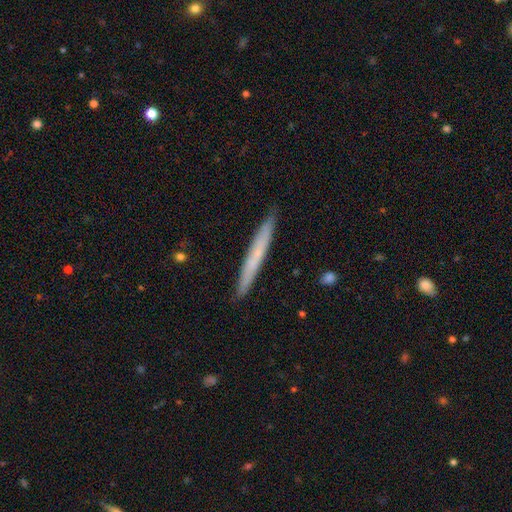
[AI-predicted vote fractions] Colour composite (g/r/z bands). It shows a smooth galaxy with no disk features (52%) that is cigar-shaped (97%). Merging: none (91%).